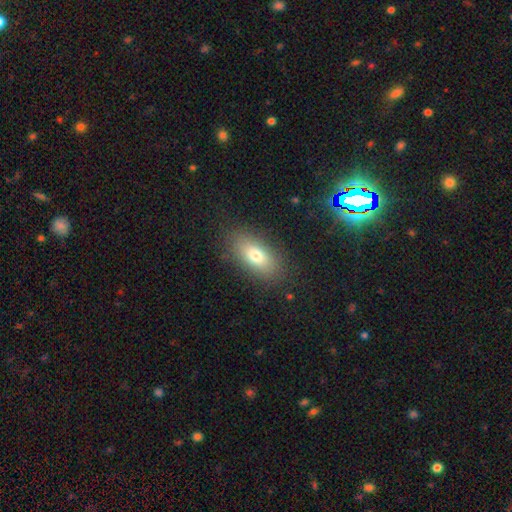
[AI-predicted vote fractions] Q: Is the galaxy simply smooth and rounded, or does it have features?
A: smooth — 76%.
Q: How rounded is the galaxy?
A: in between — 87%.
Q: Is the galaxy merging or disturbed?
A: none — 85%.